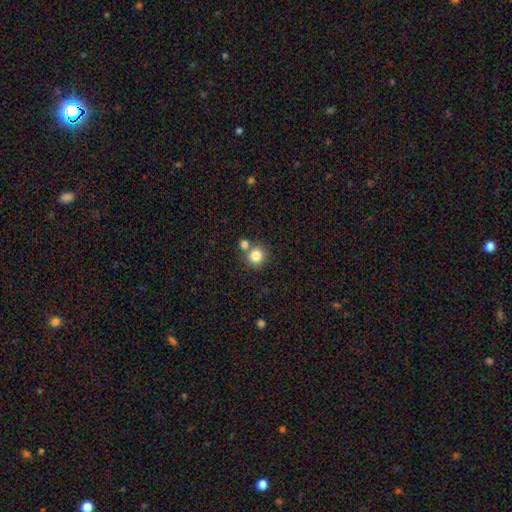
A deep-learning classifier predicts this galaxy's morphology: Q: Smooth or featured?
A: smooth (82%); runner-up: star or artifact (11%)
Q: How rounded?
A: round (91%); runner-up: in between (8%)
Q: Merging?
A: none (66%); runner-up: merger (23%)